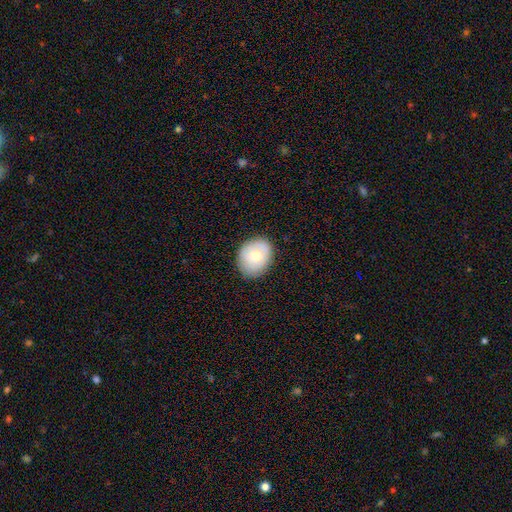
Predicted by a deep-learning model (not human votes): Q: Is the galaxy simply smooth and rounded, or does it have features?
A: smooth — 62%.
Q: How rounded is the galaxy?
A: round — 54%.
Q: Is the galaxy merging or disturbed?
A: none — 82%.